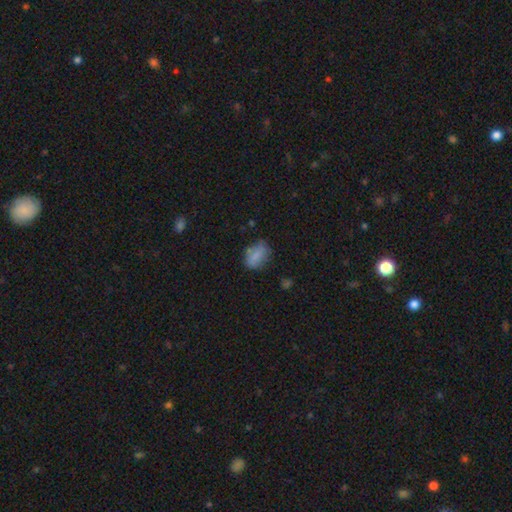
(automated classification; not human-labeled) Morphology: type=smooth (79%); roundness=in between (84%); merging=none (62%).